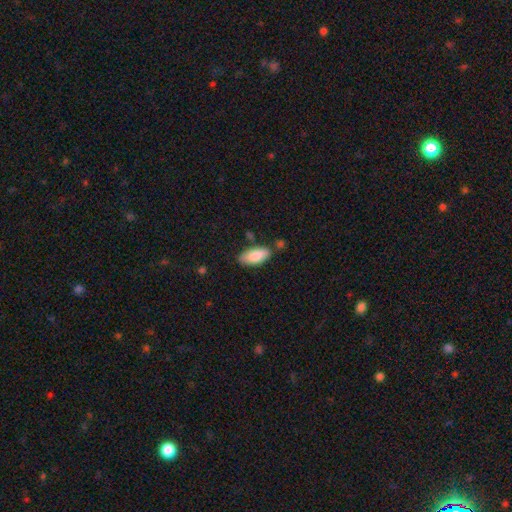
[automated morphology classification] A smooth galaxy with no disk features (86%) that is in between round and cigar-shaped (88%).

Vote fractions:
- Smooth or featured? smooth: 86% / featured or disk: 8% / star or artifact: 6%
- How rounded? in between: 88% / cigar-shaped: 10% / round: 2%
- Merging? none: 74% / minor disturbance: 17% / merger: 6% / major disturbance: 3%